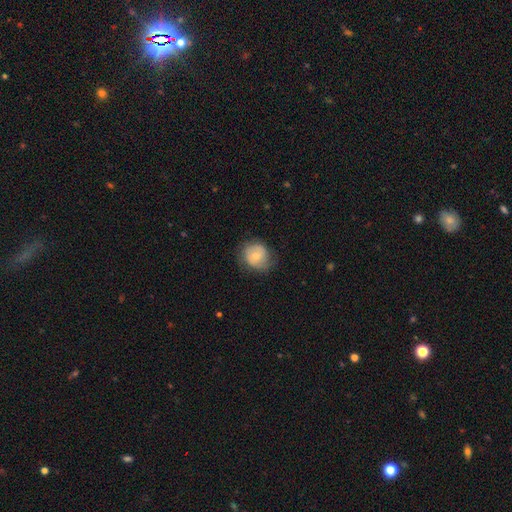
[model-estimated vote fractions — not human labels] Smooth or featured: smooth — 51% (featured or disk — 42%)
How rounded: round — 77% (in between — 22%)
Merging: none — 68% (minor disturbance — 23%)